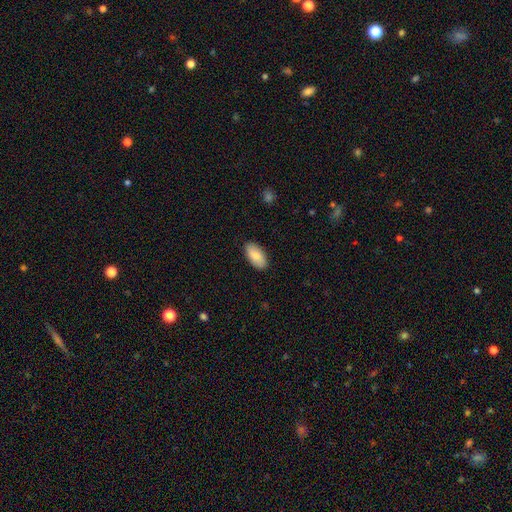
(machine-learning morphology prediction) Smooth or featured?
  - smooth: 84% *
  - featured or disk: 10%
  - star or artifact: 6%
How rounded?
  - in between: 94% *
  - cigar-shaped: 4%
  - round: 2%
Merging?
  - none: 87% *
  - minor disturbance: 10%
  - major disturbance: 2%
  - merger: 1%